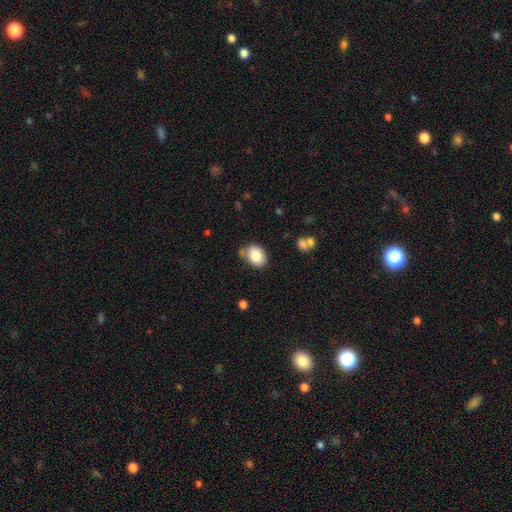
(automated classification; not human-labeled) Smooth or featured? Predicted: smooth (p=0.83). How rounded? Predicted: in between (p=0.73). Merging? Predicted: none (p=0.73).